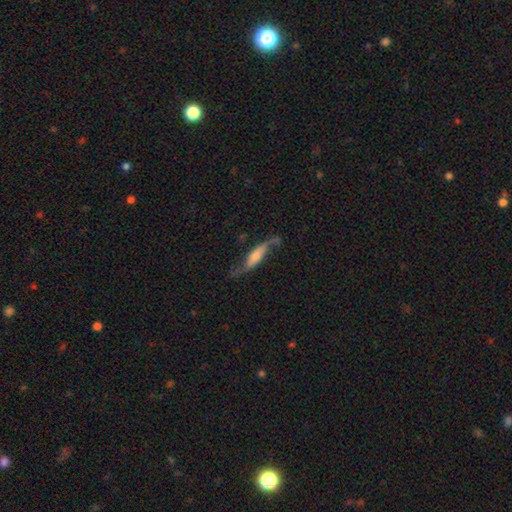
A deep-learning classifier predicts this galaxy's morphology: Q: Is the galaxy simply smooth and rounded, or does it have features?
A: featured or disk — 73%.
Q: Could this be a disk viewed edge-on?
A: no — 63%.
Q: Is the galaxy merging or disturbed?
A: none — 64%.